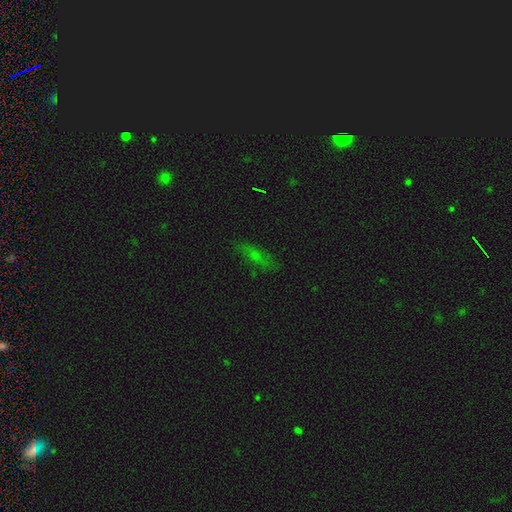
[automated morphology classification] Smooth or featured? Predicted: smooth (p=0.52). How rounded? Predicted: cigar-shaped (p=0.54). Merging? Predicted: none (p=0.77).